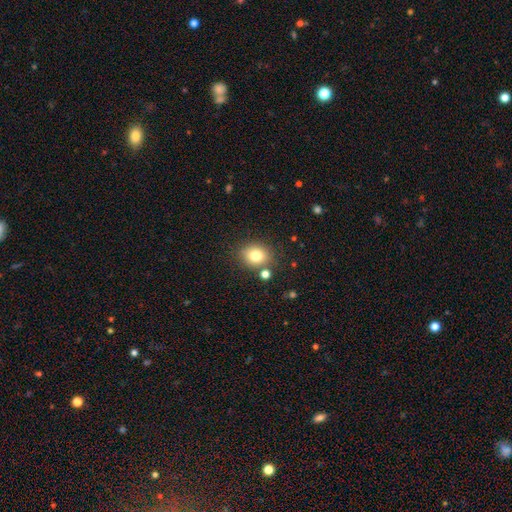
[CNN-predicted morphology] The model was most divided on "how rounded": round: 63%, in between: 36%, cigar-shaped: 1%. More confident: smooth or featured — smooth (78%); merging — none (77%).